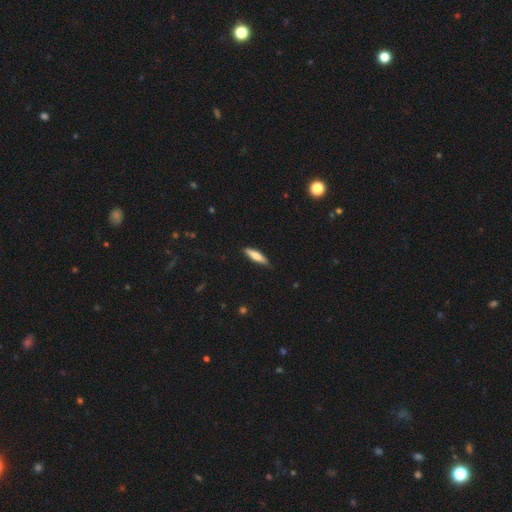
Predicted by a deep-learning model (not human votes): smooth 68%, featured or disk 26%, star or artifact 6%. Down the decision tree: how rounded — cigar-shaped (74%); merging — none (85%).